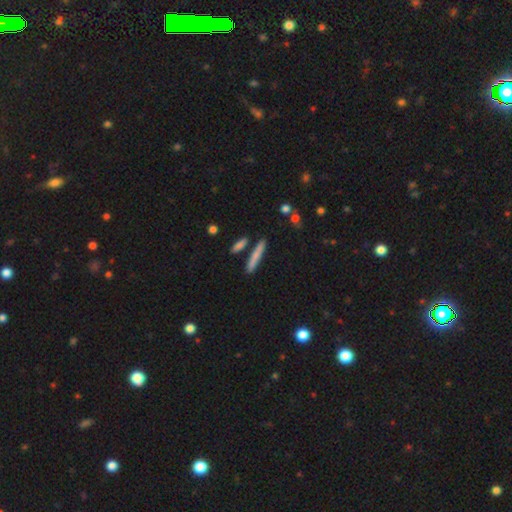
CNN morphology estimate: Smooth or featured: smooth — 73% (featured or disk — 21%)
How rounded: cigar-shaped — 92% (in between — 6%)
Merging: none — 83% (minor disturbance — 9%)